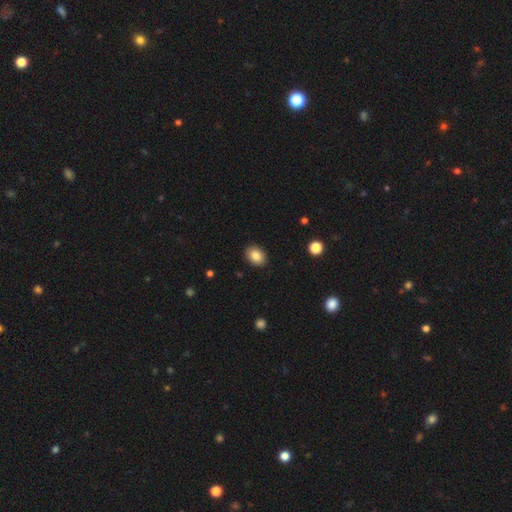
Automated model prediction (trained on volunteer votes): Overall: smooth (85%). How rounded: in between (68%; round 31%). Merging: none (90%).